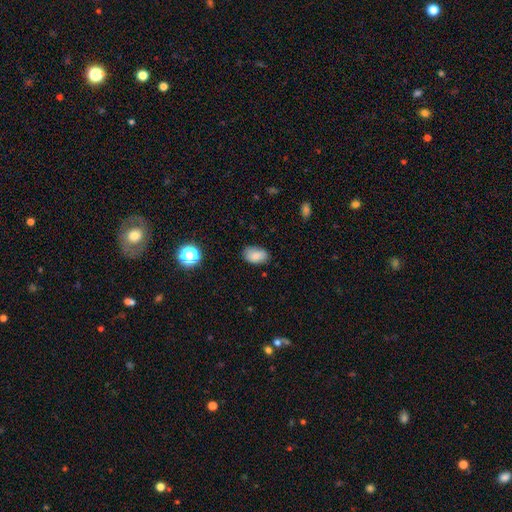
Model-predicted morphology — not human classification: Q: Smooth or featured?
A: smooth (84%); runner-up: star or artifact (9%)
Q: How rounded?
A: in between (89%); runner-up: round (9%)
Q: Merging?
A: none (77%); runner-up: minor disturbance (18%)